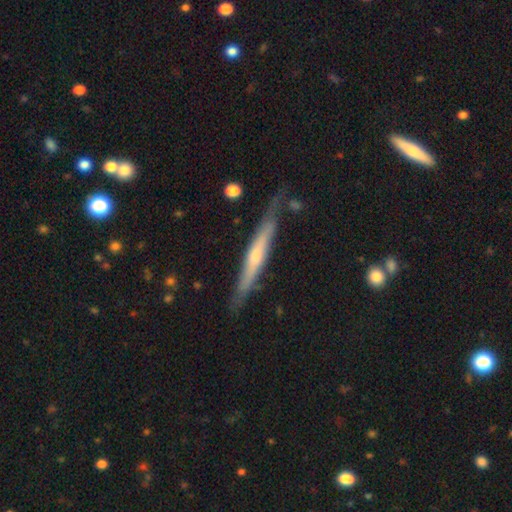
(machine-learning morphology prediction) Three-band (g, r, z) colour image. It shows a featured or disk galaxy (63%) viewed edge-on (92%) with a rounded central bulge (57%). Merging: none (74%).